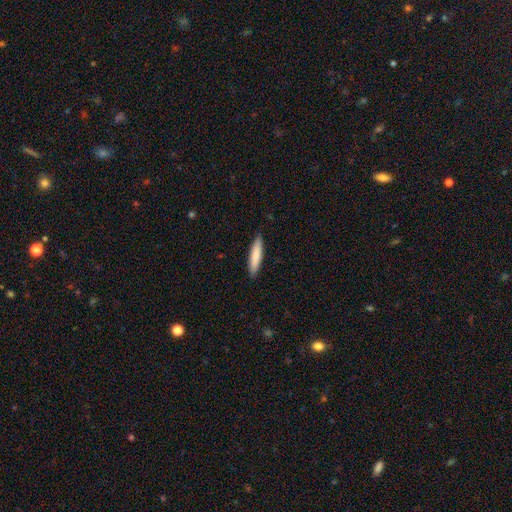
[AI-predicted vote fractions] The model was most divided on "how rounded": cigar-shaped: 80%, in between: 19%, round: 1%. More confident: merging — none (89%); smooth or featured — smooth (83%).